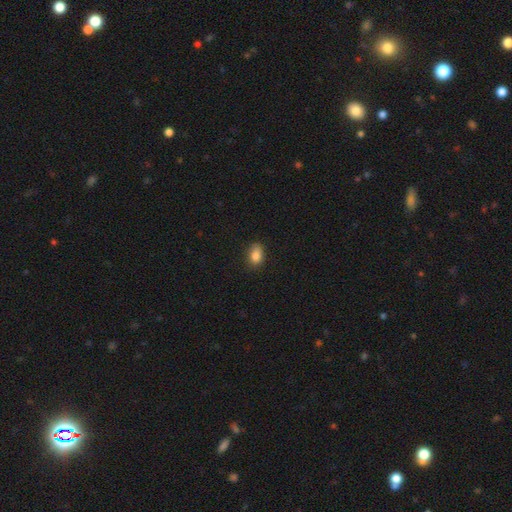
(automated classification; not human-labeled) This appears to be a smooth galaxy with no disk features (85%) that is in between round and cigar-shaped (80%). Merging: none (75%).